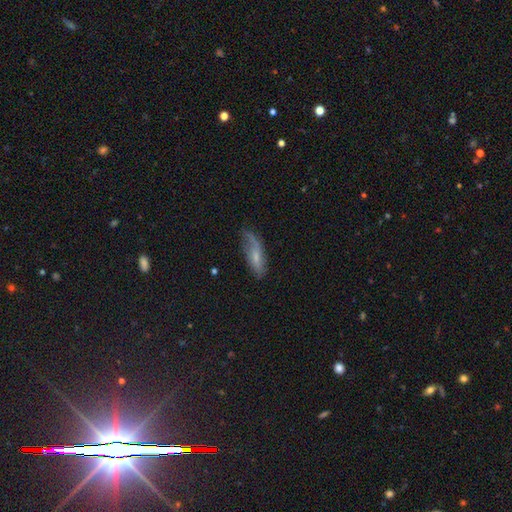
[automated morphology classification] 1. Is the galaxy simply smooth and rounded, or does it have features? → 48% smooth, 44% featured or disk, 8% star or artifact.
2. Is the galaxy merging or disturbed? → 48% none, 32% minor disturbance, 17% major disturbance, 3% merger.